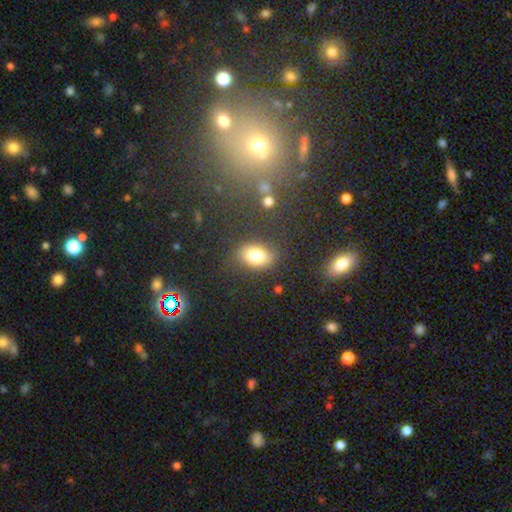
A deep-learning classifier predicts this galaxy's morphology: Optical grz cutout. It shows a smooth galaxy with no disk features (79%) that is in between round and cigar-shaped (78%). Merging: none (80%).